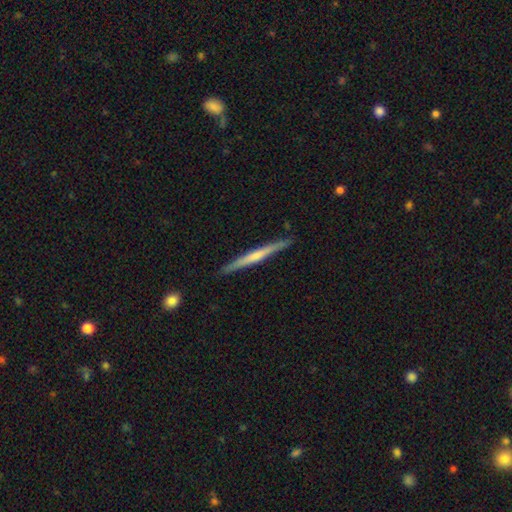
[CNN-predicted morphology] type=featured or disk (70%); edge-on=yes (98%); edge-on bulge=rounded (60%); merging=none (91%).